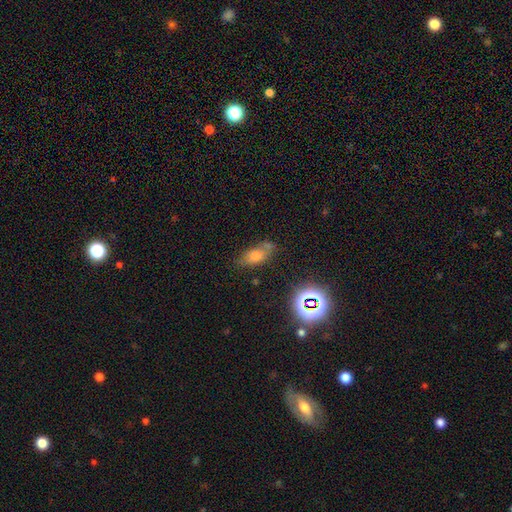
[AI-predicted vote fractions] Morphology: type=smooth (57%); roundness=in between (77%); merging=none (60%).